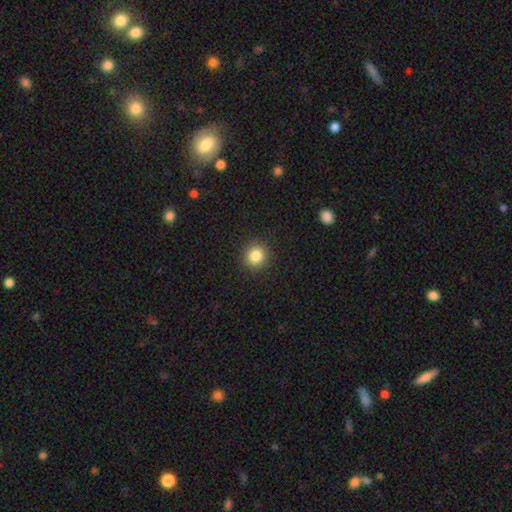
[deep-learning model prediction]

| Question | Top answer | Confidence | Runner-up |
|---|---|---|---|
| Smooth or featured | smooth | 84% | star or artifact (11%) |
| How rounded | round | 90% | in between (9%) |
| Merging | none | 91% | minor disturbance (6%) |